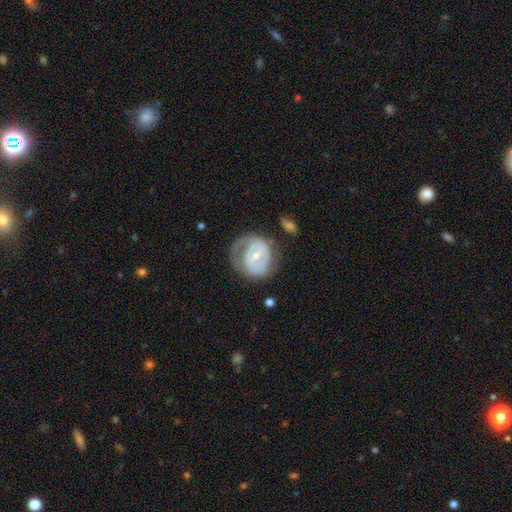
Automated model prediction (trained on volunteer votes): featured or disk 73%, smooth 22%, star or artifact 6%. Down the decision tree: edge-on disk — no (97%); bar — weak (43%); spiral arms — yes (74%); spiral arm count — 2 (45%); spiral winding — tight (55%); bulge size — small (58%); merging — none (49%).